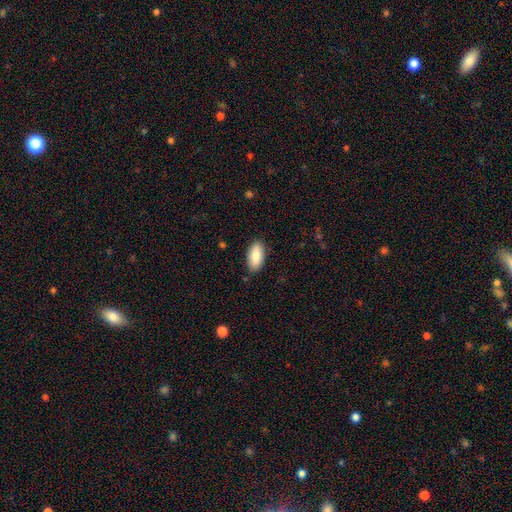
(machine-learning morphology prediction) This is clearly a smooth galaxy (86%). How rounded: clearly in between (90%). Merging: clearly none (86%).